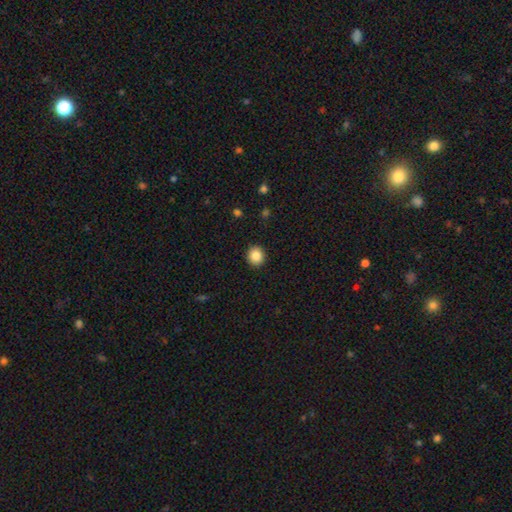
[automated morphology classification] smooth_or_featured: smooth (p=0.86) [alt: star or artifact p=0.09]
how_rounded: round (p=0.83) [alt: in between p=0.16]
merging: none (p=0.92) [alt: minor disturbance p=0.06]